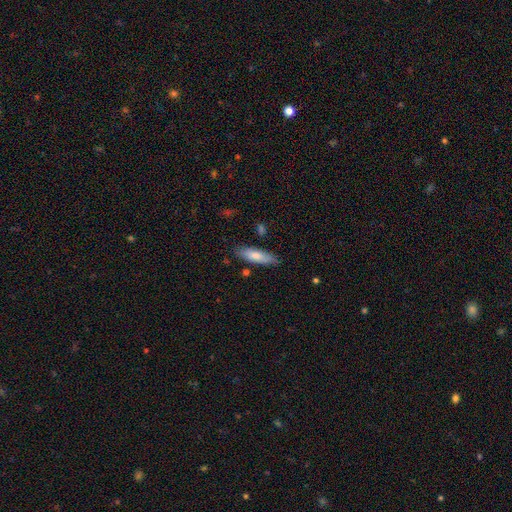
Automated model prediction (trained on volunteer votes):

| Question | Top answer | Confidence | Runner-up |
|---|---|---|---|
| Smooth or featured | smooth | 74% | featured or disk (20%) |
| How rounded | cigar-shaped | 56% | in between (42%) |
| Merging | none | 82% | minor disturbance (13%) |